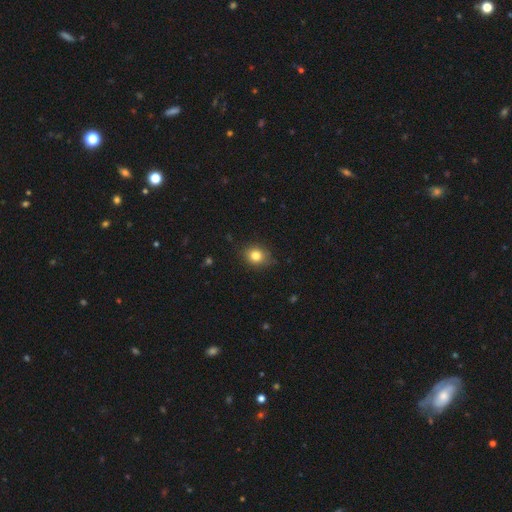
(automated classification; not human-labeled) Overall: smooth (81%). How rounded: round (62%; in between 37%). Merging: none (82%).